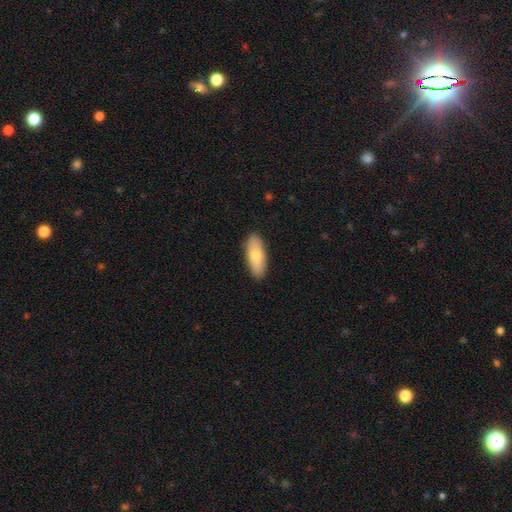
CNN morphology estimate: Smooth or featured? smooth (78%)
How rounded? in between (73%)
Merging? none (88%)